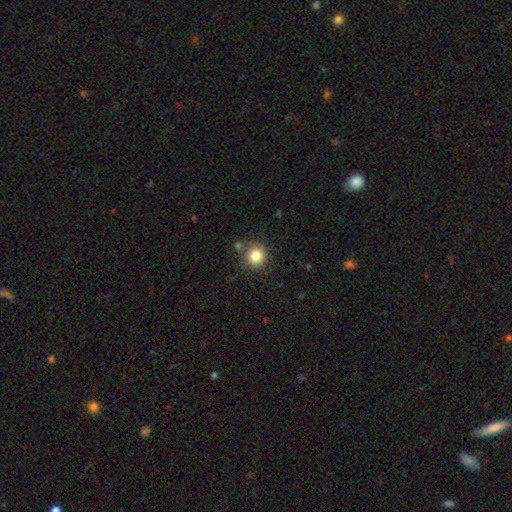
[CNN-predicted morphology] Smooth or featured? smooth (84%)
How rounded? round (92%)
Merging? none (79%)